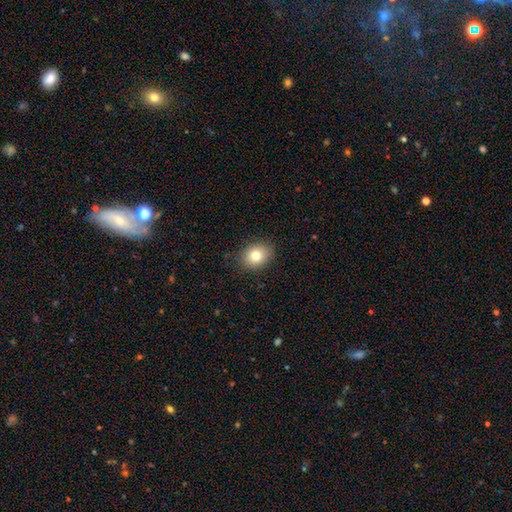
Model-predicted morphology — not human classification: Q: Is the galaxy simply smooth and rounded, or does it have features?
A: smooth — 79%.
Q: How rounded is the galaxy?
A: in between — 52%.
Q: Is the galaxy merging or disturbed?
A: none — 87%.